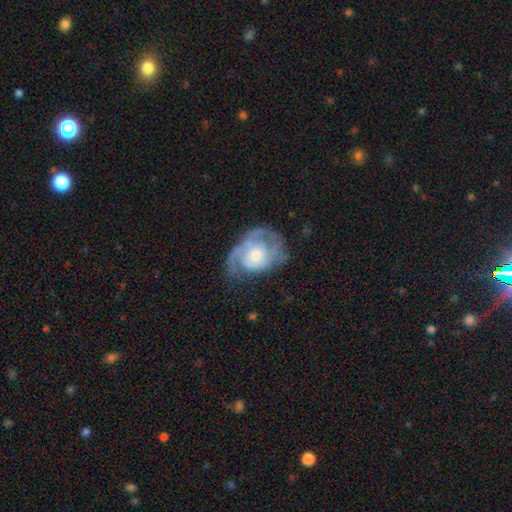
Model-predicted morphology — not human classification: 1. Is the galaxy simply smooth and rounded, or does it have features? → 78% featured or disk, 17% smooth, 6% star or artifact.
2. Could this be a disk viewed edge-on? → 97% no, 3% yes.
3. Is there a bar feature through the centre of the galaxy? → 74% no, 22% weak, 4% strong.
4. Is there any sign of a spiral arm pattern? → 86% yes, 14% no.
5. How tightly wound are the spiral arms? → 49% tight, 36% medium, 15% loose.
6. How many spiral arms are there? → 36% 2, 32% can't tell, 13% 3, 13% 1, 4% 4, 3% more than 4.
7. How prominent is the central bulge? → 53% moderate, 36% small, 7% large, 3% none, 1% dominant.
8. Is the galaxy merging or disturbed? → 51% none, 26% minor disturbance, 21% major disturbance, 2% merger.